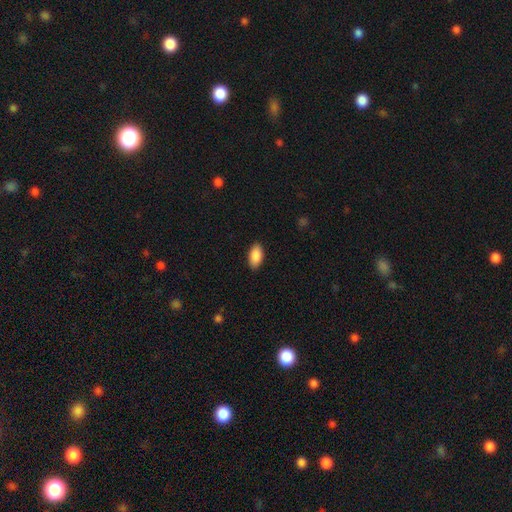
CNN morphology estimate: Smooth or featured: smooth — 89% (star or artifact — 6%)
How rounded: in between — 94% (cigar-shaped — 4%)
Merging: none — 88% (minor disturbance — 9%)